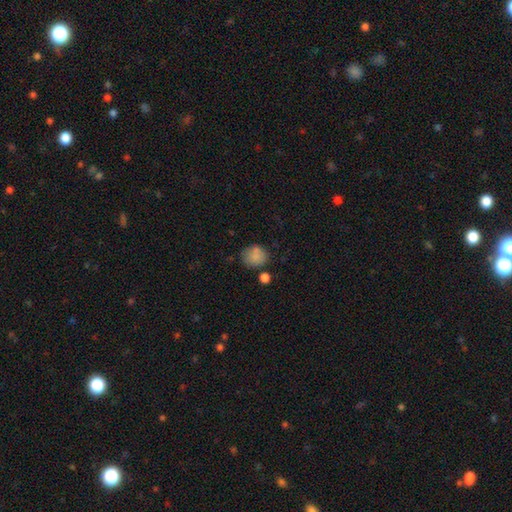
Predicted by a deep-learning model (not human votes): Overall: smooth (83%). How rounded: round (72%). Merging: none (67%).